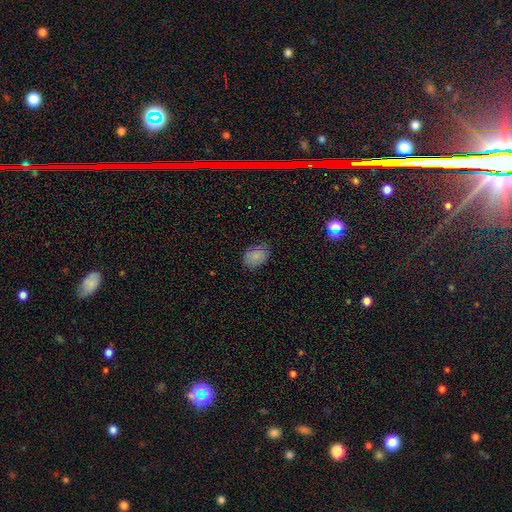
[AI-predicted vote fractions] Smooth or featured? Predicted: smooth (p=0.84). How rounded? Predicted: in between (p=0.80). Merging? Predicted: none (p=0.76).